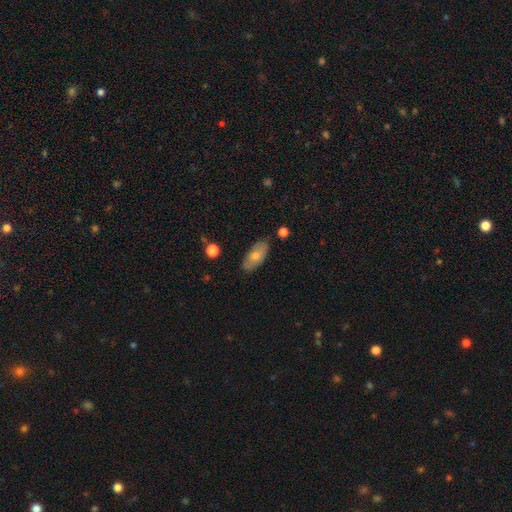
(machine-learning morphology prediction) The model was most divided on "smooth or featured": smooth: 67%, featured or disk: 27%, star or artifact: 6%. More confident: how rounded — in between (89%); merging — none (81%).